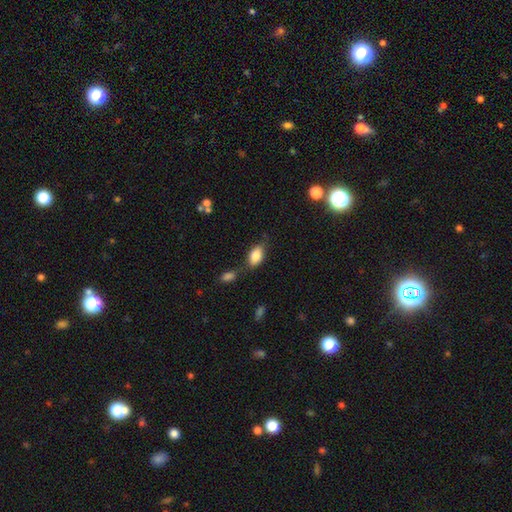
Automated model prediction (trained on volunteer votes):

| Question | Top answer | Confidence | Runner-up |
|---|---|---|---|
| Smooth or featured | smooth | 83% | featured or disk (10%) |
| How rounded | in between | 90% | round (6%) |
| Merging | none | 66% | minor disturbance (19%) |